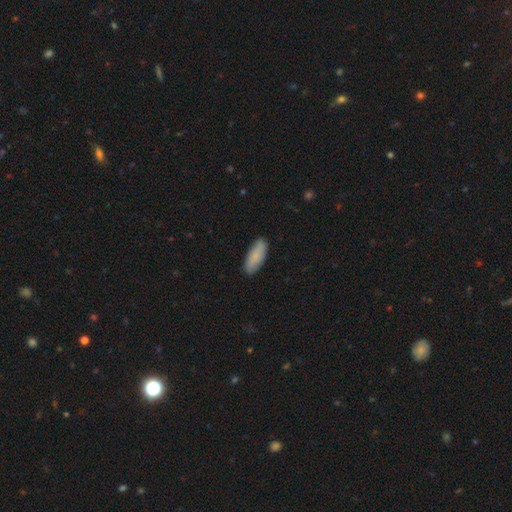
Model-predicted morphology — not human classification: Smooth or featured? smooth (85%)
How rounded? in between (72%)
Merging? none (87%)